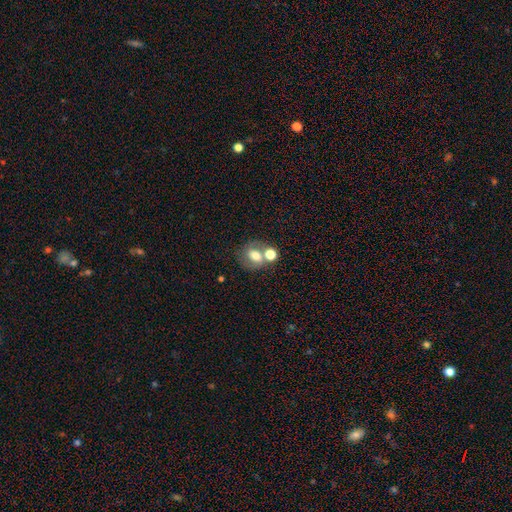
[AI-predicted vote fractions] Overall: smooth (52%; featured or disk 36%). How rounded: round (55%; in between 44%). Merging: none (46%; merger 35%).